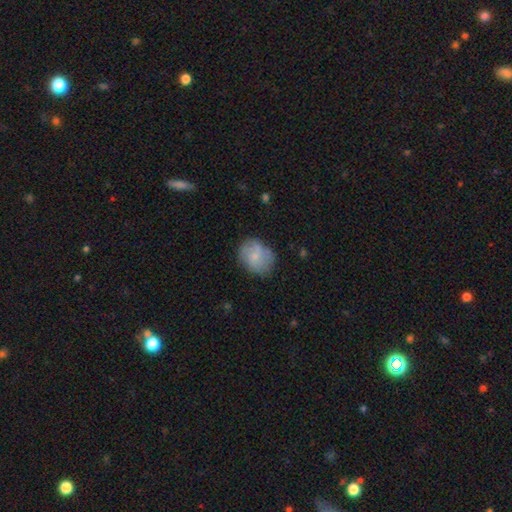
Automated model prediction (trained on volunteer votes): Overall: smooth (65%; featured or disk 28%). How rounded: round (55%; in between 44%). Merging: none (64%; minor disturbance 24%).